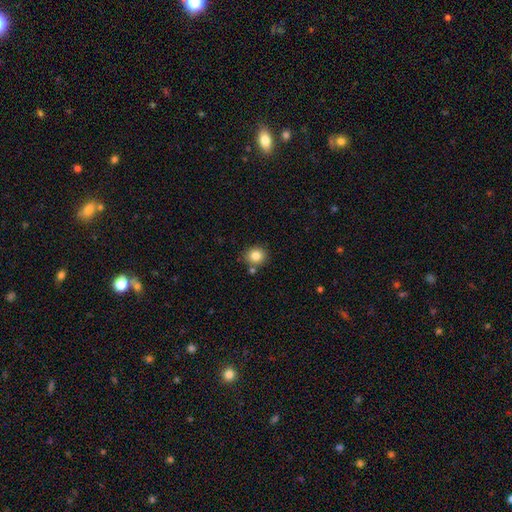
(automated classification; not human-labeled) smooth-or-featured: smooth: 83% | star or artifact: 10% | featured or disk: 7%
  how-rounded: round: 86% | in between: 13% | cigar-shaped: 1%
  merging: none: 81% | minor disturbance: 9% | merger: 8% | major disturbance: 2%